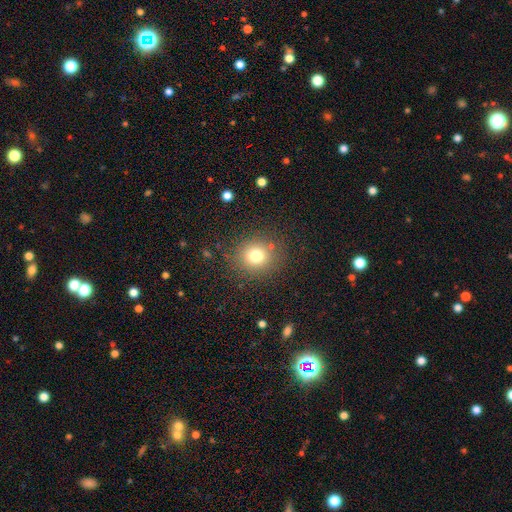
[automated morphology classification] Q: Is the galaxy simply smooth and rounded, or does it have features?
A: smooth — 75%.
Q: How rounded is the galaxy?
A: round — 87%.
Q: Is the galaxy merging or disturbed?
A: none — 84%.